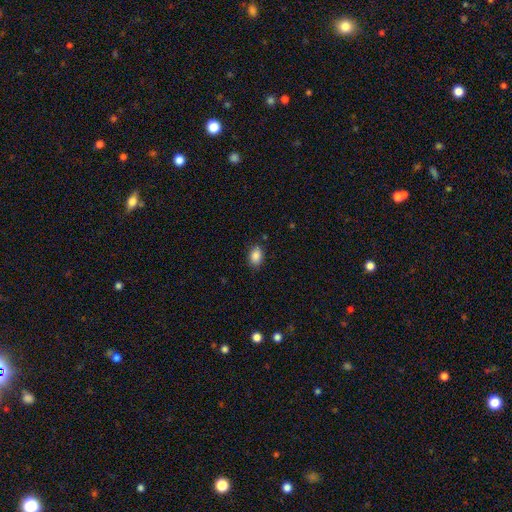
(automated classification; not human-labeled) Overall: smooth (88%). How rounded: in between (84%). Merging: none (84%).